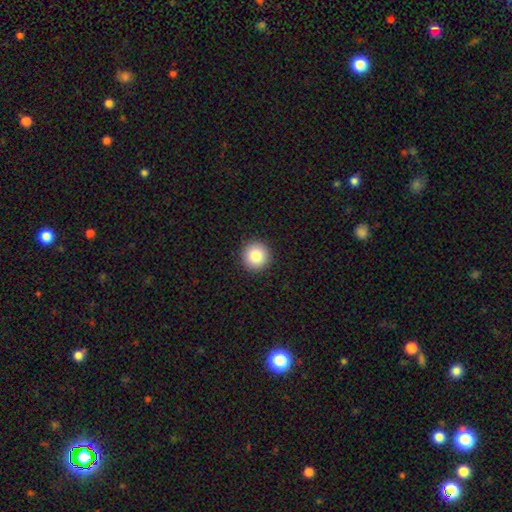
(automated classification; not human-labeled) A smooth galaxy with no disk features (85%) that is round (96%).

Vote fractions:
- Smooth or featured? smooth: 85% / star or artifact: 9% / featured or disk: 6%
- How rounded? round: 96% / in between: 3% / cigar-shaped: 1%
- Merging? none: 93% / minor disturbance: 5% / major disturbance: 1% / merger: 1%